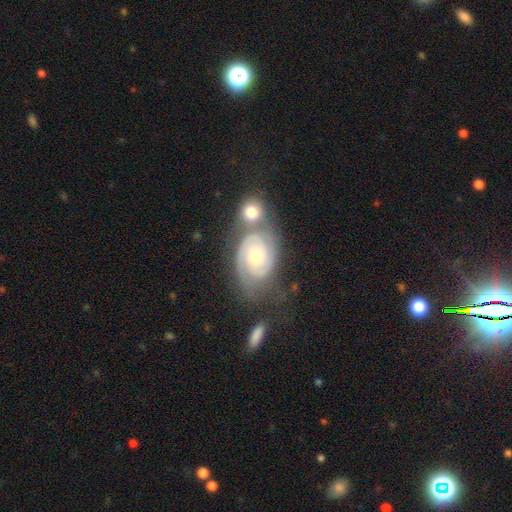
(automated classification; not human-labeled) Smooth or featured: featured or disk — 86% (smooth — 9%)
Edge-on disk: no — 97% (yes — 3%)
Bar: no — 73% (weak — 22%)
Spiral arms: yes — 97% (no — 3%)
Spiral winding: tight — 68% (medium — 27%)
Spiral arm count: 2 — 78% (can't tell — 9%)
Bulge size: moderate — 66% (small — 29%)
Merging: none — 40% (merger — 37%)